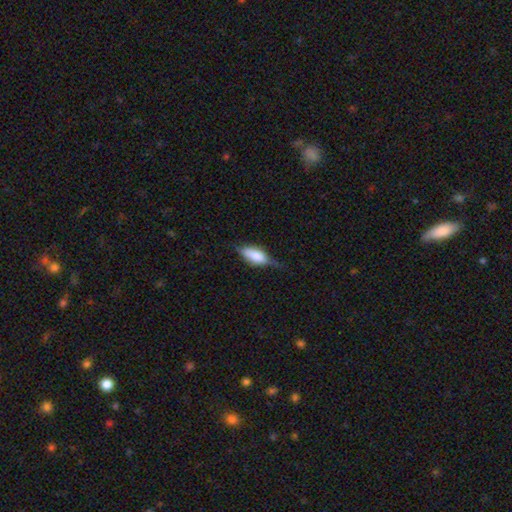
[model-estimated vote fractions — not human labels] A smooth galaxy with no disk features (62%) that is in between round and cigar-shaped (77%).

Vote fractions:
- Smooth or featured? smooth: 62% / featured or disk: 31% / star or artifact: 7%
- How rounded? in between: 77% / cigar-shaped: 19% / round: 3%
- Merging? none: 49% / minor disturbance: 36% / major disturbance: 13% / merger: 2%